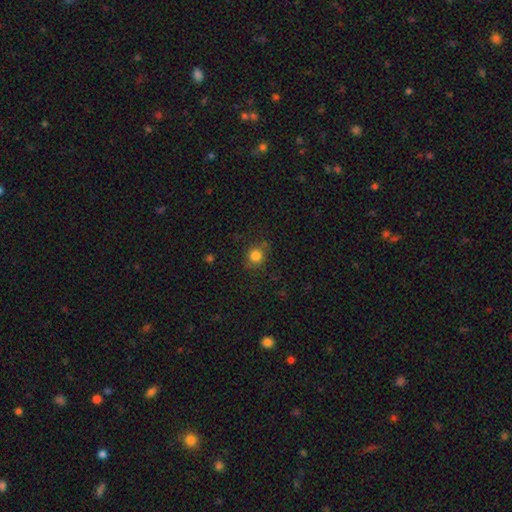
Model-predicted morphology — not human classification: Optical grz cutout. It shows a smooth galaxy with no disk features (82%) that is round (88%). Merging: none (79%).